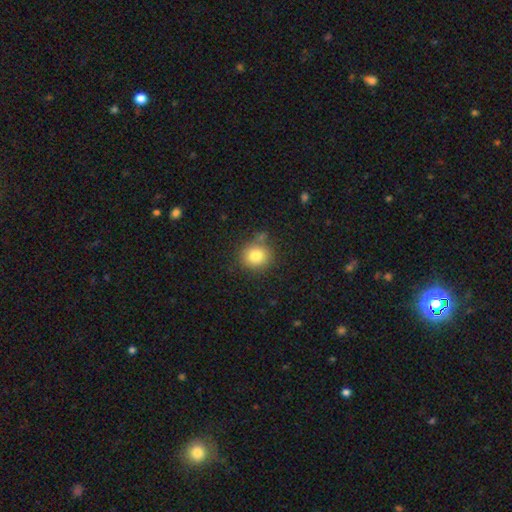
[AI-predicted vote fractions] Morphology: type=smooth (81%); roundness=round (84%); merging=none (76%).